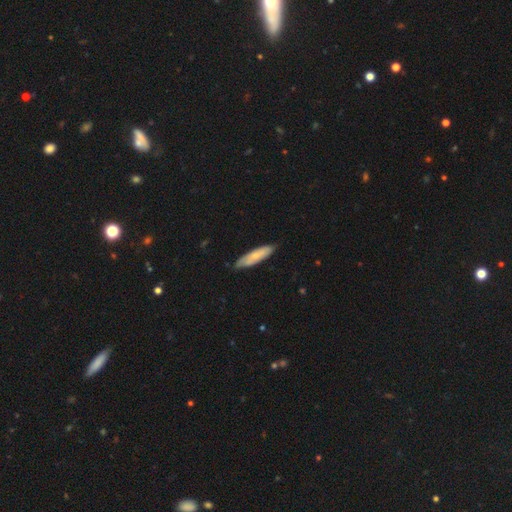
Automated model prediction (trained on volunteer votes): Morphology: type=smooth (64%); roundness=cigar-shaped (68%); merging=none (80%).